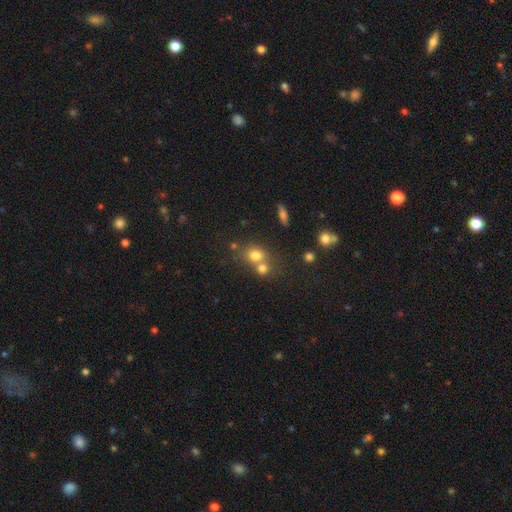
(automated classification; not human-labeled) Smooth or featured? Predicted: smooth (p=0.74). How rounded? Predicted: round (p=0.73). Merging? Predicted: merger (p=0.45).